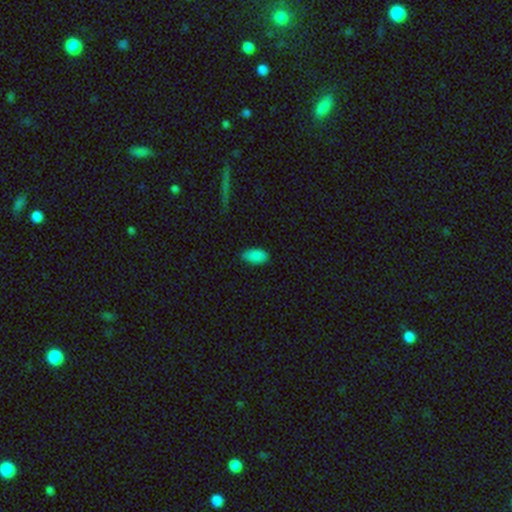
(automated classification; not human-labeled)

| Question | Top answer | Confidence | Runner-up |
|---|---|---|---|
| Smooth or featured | smooth | 87% | star or artifact (9%) |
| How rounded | in between | 94% | round (4%) |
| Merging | none | 75% | minor disturbance (20%) |